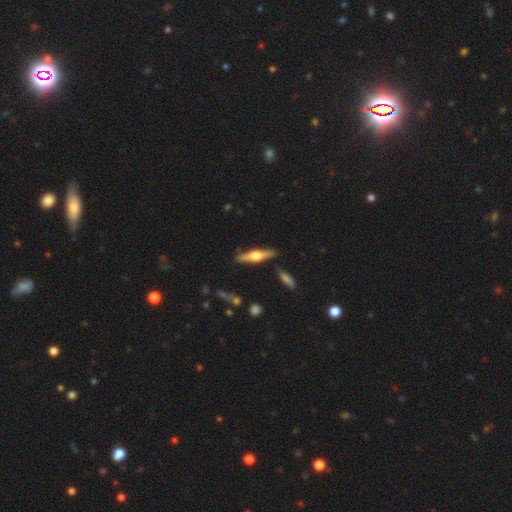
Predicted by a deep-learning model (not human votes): This appears to be a featured or disk galaxy (59%) viewed edge-on (95%) with a rounded central bulge (92%). Merging: none (86%).